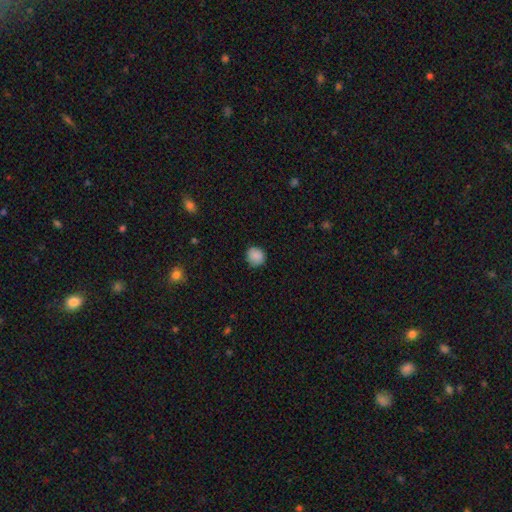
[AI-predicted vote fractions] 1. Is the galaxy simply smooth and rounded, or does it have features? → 88% smooth, 9% star or artifact, 3% featured or disk.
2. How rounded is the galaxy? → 86% round, 13% in between, 1% cigar-shaped.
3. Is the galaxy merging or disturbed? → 84% none, 13% minor disturbance, 2% major disturbance, 1% merger.